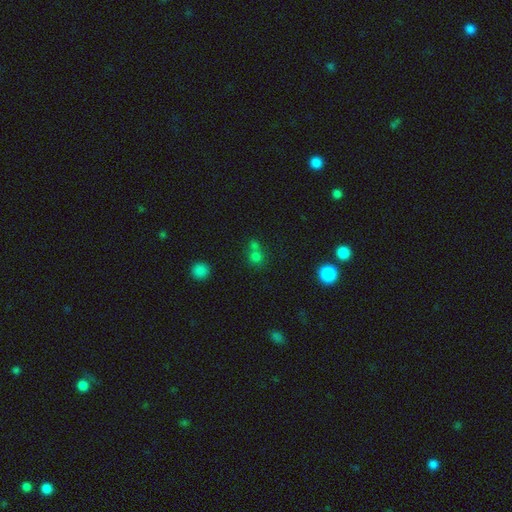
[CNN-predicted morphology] Smooth or featured: smooth — 69% (star or artifact — 21%)
How rounded: round — 82% (in between — 16%)
Merging: none — 45% (merger — 44%)